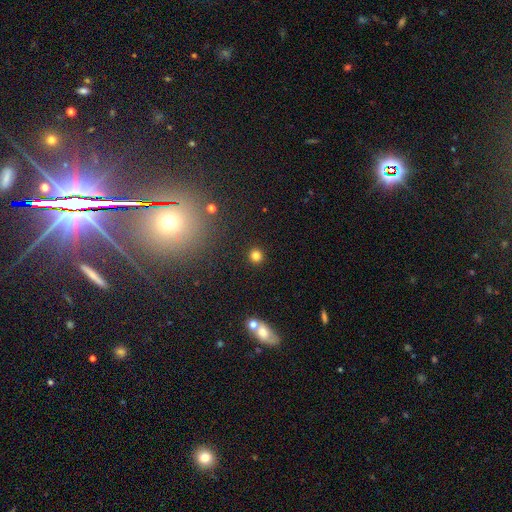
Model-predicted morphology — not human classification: Smooth or featured? smooth (81%)
How rounded? round (93%)
Merging? none (91%)